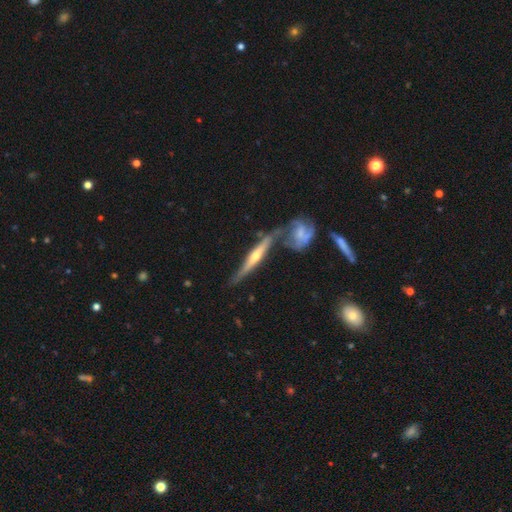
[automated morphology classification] featured or disk 76%, smooth 18%, star or artifact 6%. Down the decision tree: edge-on disk — yes (92%); edge-on bulge — rounded (82%); merging — none (60%).